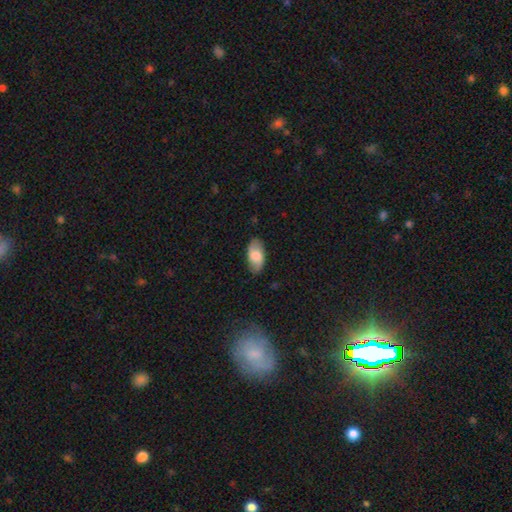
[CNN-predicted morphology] A smooth galaxy with no disk features (65%) that is in between round and cigar-shaped (94%).

Vote fractions:
- Smooth or featured? smooth: 65% / featured or disk: 28% / star or artifact: 7%
- How rounded? in between: 94% / cigar-shaped: 3% / round: 3%
- Merging? none: 82% / minor disturbance: 14% / major disturbance: 3% / merger: 1%